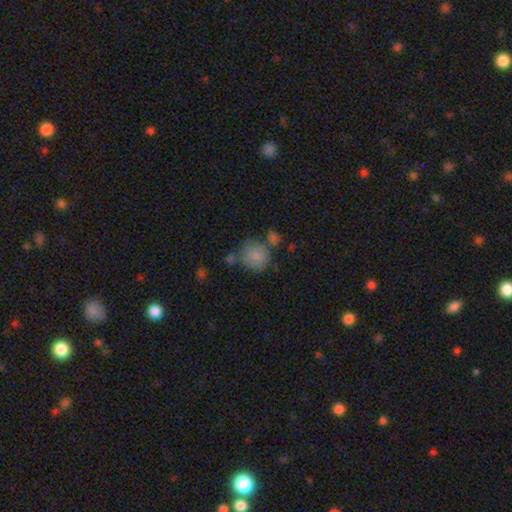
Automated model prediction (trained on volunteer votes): smooth_or_featured: smooth (p=0.82) [alt: featured or disk p=0.10]
how_rounded: round (p=0.84) [alt: in between p=0.15]
merging: none (p=0.55) [alt: merger p=0.19]